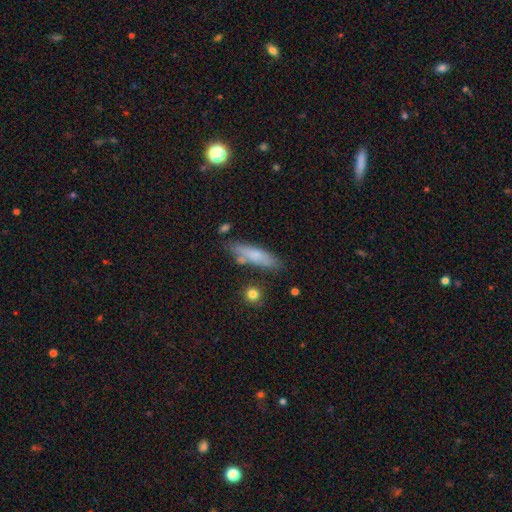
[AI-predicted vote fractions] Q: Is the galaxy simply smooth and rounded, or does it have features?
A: smooth — 72%.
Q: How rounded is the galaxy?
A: cigar-shaped — 66%.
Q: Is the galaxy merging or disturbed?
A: none — 71%.